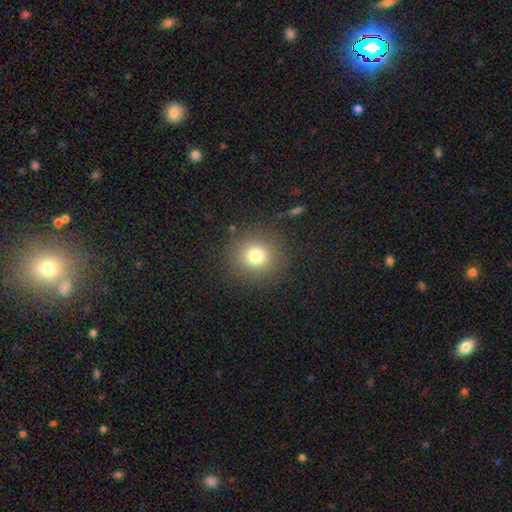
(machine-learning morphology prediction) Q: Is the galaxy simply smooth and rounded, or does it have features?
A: smooth — 76%.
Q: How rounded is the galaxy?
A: round — 92%.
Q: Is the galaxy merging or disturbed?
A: none — 88%.